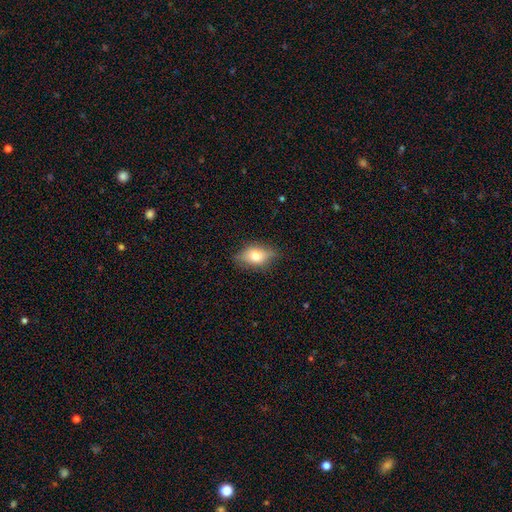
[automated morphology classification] Overall: smooth (67%). How rounded: in between (80%). Merging: none (76%).